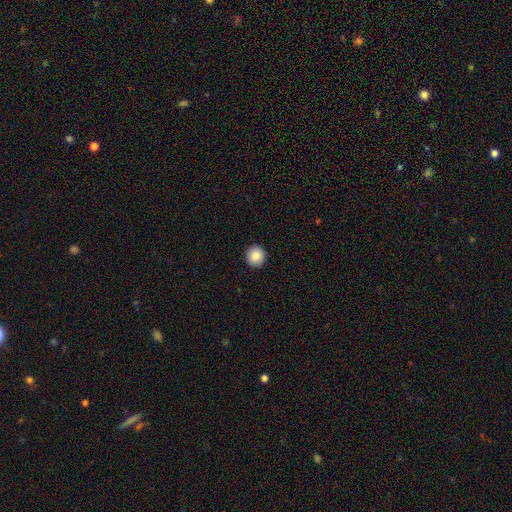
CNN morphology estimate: Smooth or featured: smooth — 87% (star or artifact — 8%)
How rounded: round — 93% (in between — 6%)
Merging: none — 92% (minor disturbance — 5%)